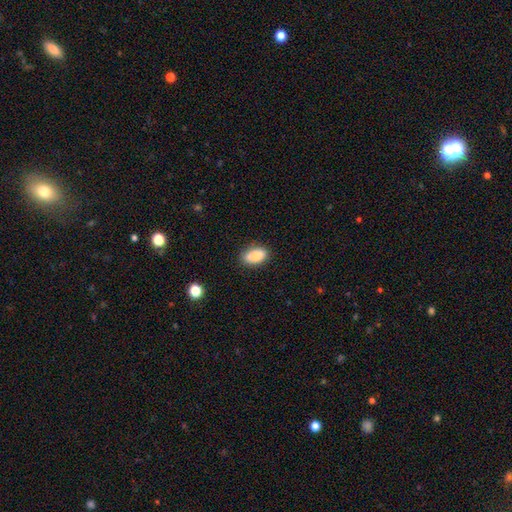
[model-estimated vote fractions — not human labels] The model was most divided on "merging": none: 84%, minor disturbance: 12%, major disturbance: 3%, merger: 2%. More confident: how rounded — in between (88%); smooth or featured — smooth (86%).